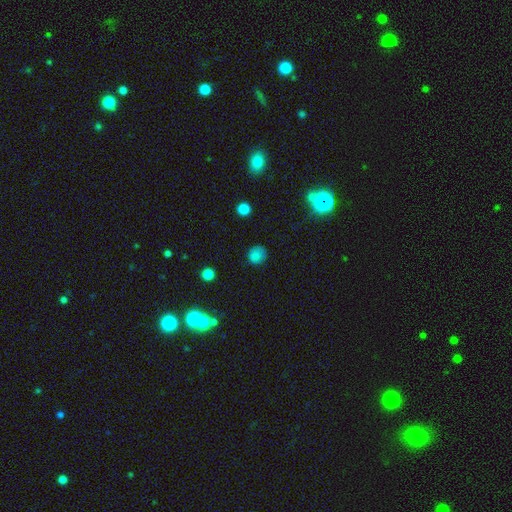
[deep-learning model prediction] Smooth or featured: smooth — 80% (star or artifact — 14%)
How rounded: round — 89% (in between — 10%)
Merging: none — 82% (minor disturbance — 13%)